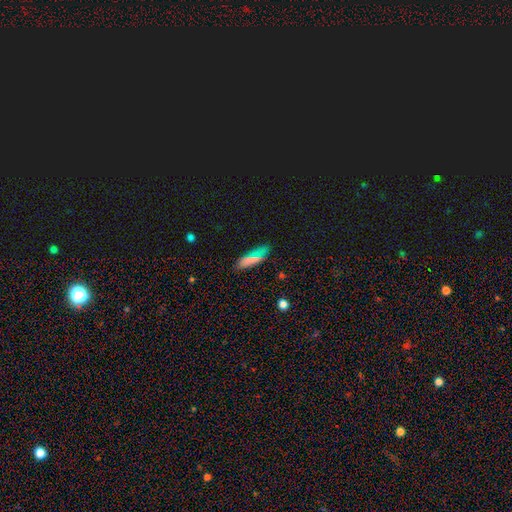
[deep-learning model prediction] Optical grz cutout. It shows a smooth galaxy with no disk features (71%) that is in between round and cigar-shaped (51%). Merging: none (83%).